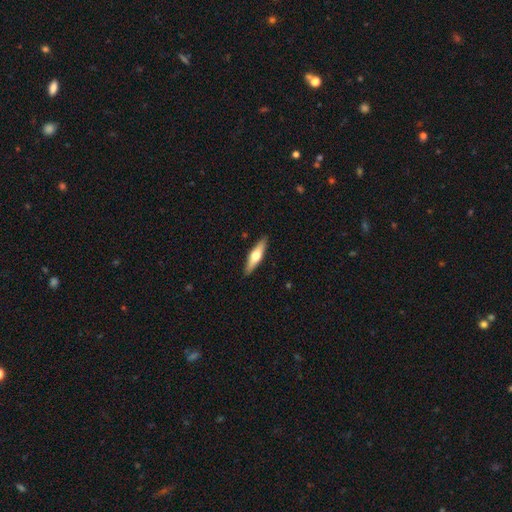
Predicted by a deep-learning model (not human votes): smooth-or-featured: featured or disk: 49% | smooth: 46% | star or artifact: 5%
  merging: none: 90% | minor disturbance: 7% | major disturbance: 2% | merger: 1%